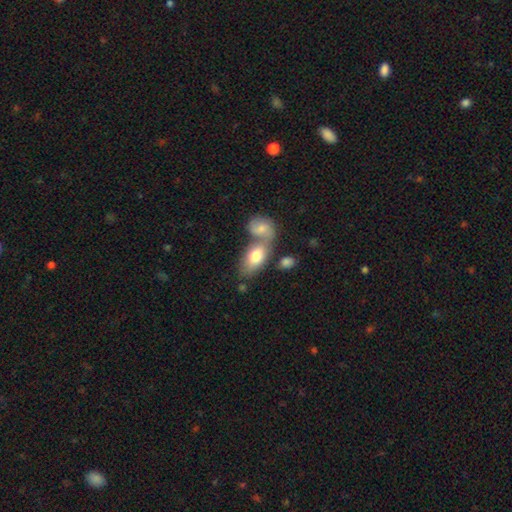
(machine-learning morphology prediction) A smooth galaxy with no disk features (73%) that is in between round and cigar-shaped (91%).

Vote fractions:
- Smooth or featured? smooth: 73% / featured or disk: 21% / star or artifact: 6%
- How rounded? in between: 91% / round: 5% / cigar-shaped: 3%
- Merging? merger: 50% / none: 34% / minor disturbance: 11% / major disturbance: 5%